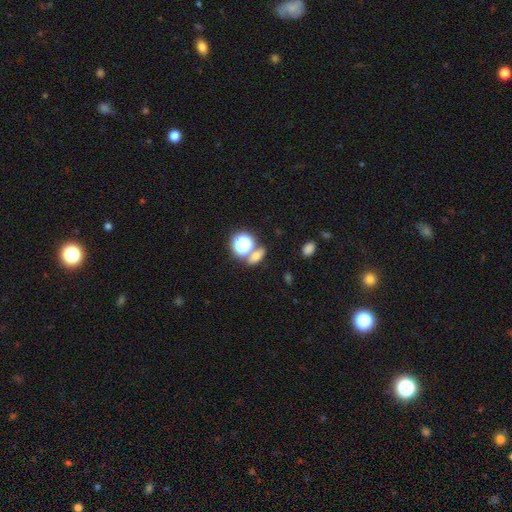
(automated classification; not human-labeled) A smooth galaxy with no disk features (60%) that is in between round and cigar-shaped (52%). Merging: none (67%).